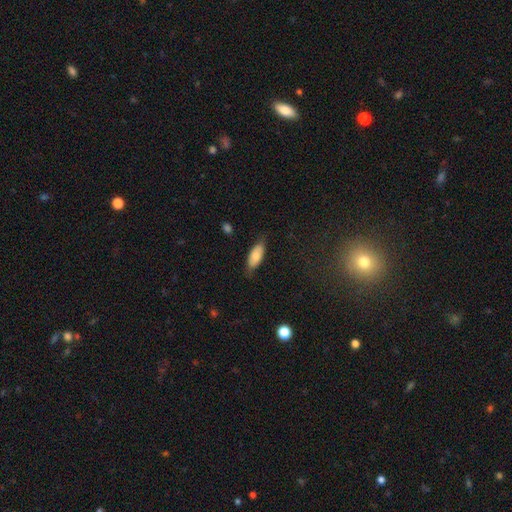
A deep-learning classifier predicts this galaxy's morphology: Overall: smooth (77%). How rounded: in between (82%). Merging: none (74%).